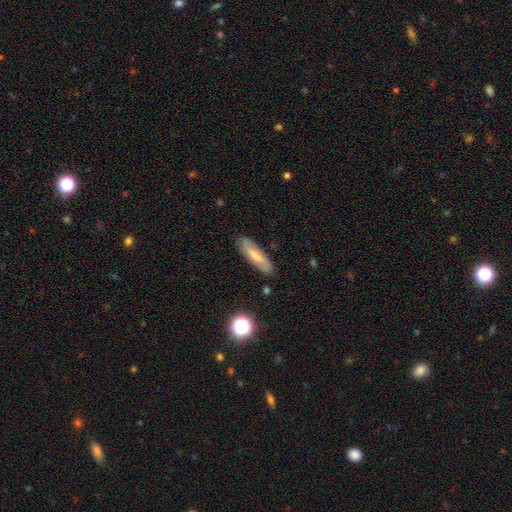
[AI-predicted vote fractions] Q: Smooth or featured?
A: smooth (56%); runner-up: featured or disk (36%)
Q: How rounded?
A: cigar-shaped (58%); runner-up: in between (40%)
Q: Merging?
A: none (83%); runner-up: minor disturbance (13%)